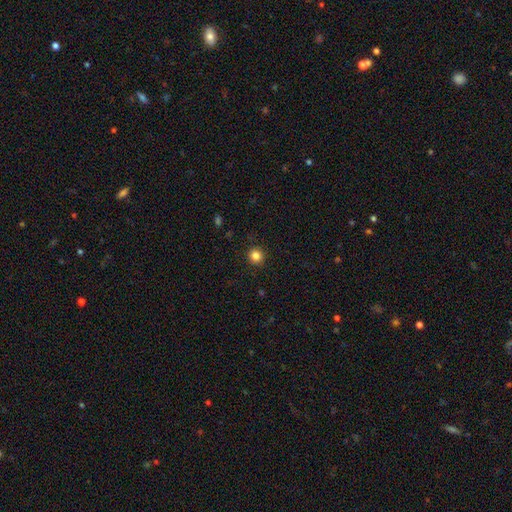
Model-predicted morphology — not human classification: smooth 84%, star or artifact 12%, featured or disk 4%. Down the decision tree: how rounded — round (94%); merging — none (92%).